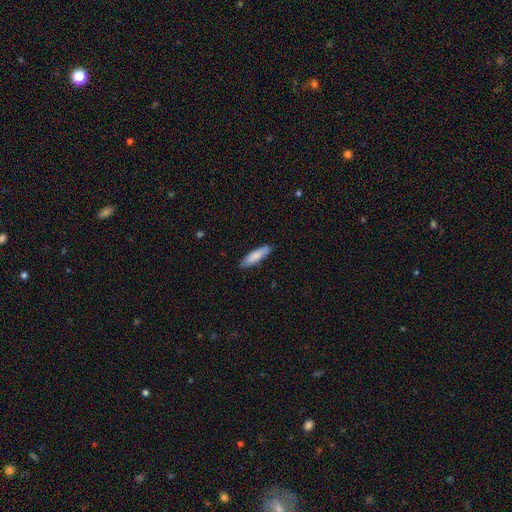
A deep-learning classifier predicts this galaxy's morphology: A smooth galaxy with no disk features (84%) that is cigar-shaped (71%).

Vote fractions:
- Smooth or featured? smooth: 84% / featured or disk: 11% / star or artifact: 6%
- How rounded? cigar-shaped: 71% / in between: 28% / round: 1%
- Merging? none: 86% / minor disturbance: 11% / major disturbance: 2% / merger: 1%